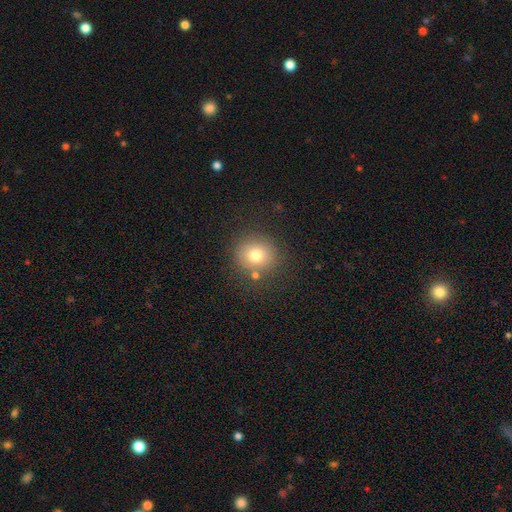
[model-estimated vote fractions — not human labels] Smooth or featured?
  - smooth: 75% *
  - star or artifact: 14%
  - featured or disk: 12%
How rounded?
  - round: 89% *
  - in between: 10%
  - cigar-shaped: 1%
Merging?
  - none: 79% *
  - minor disturbance: 10%
  - merger: 7%
  - major disturbance: 4%